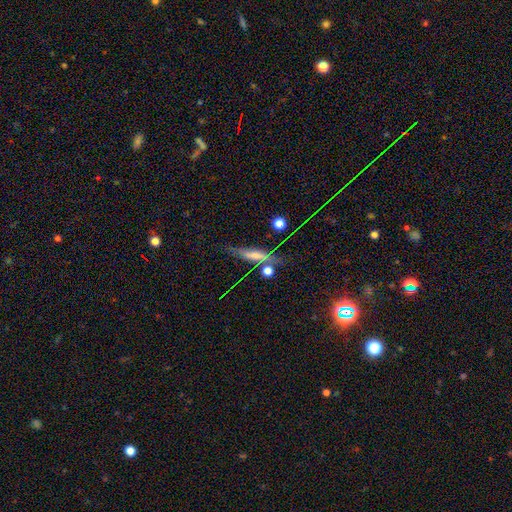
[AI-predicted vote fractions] Morphology: type=smooth (48%); merging=none (66%).